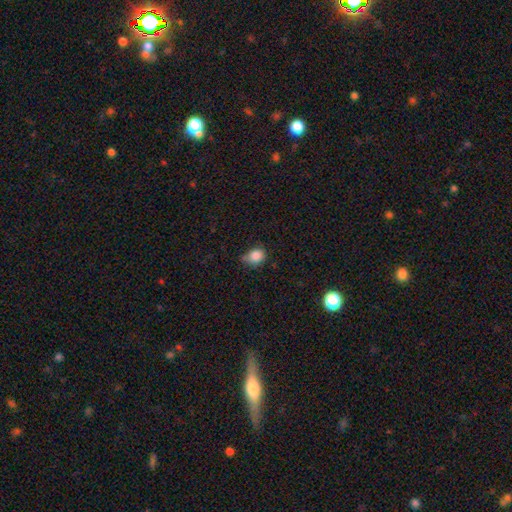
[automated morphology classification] smooth 85%, star or artifact 10%, featured or disk 5%. Down the decision tree: how rounded — round (66%); merging — none (55%).